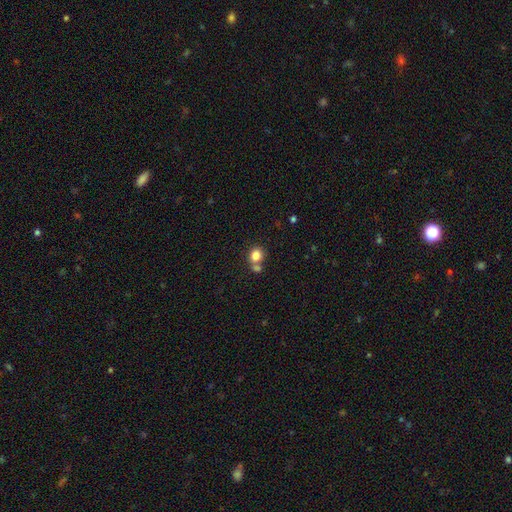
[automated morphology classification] smooth 82%, star or artifact 10%, featured or disk 7%. Down the decision tree: how rounded — round (70%); merging — none (55%).